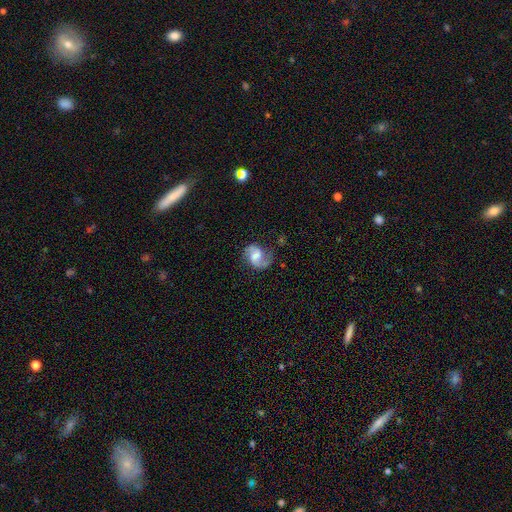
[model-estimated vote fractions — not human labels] Overall: featured or disk (79%). Edge-on disk: no (98%). Bar: weak (53%; no 28%). Spiral arms: yes (95%). Spiral arm count: 2 (88%). Spiral winding: medium (46%; loose 41%). Bulge size: moderate (41%; small 28%). Merging: none (66%).